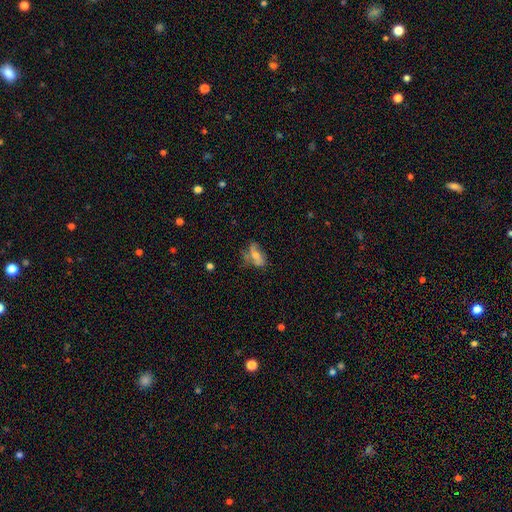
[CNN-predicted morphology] The model was most divided on "smooth or featured": featured or disk: 45%, smooth: 41%, star or artifact: 14%. Remaining: merging — none (47%).